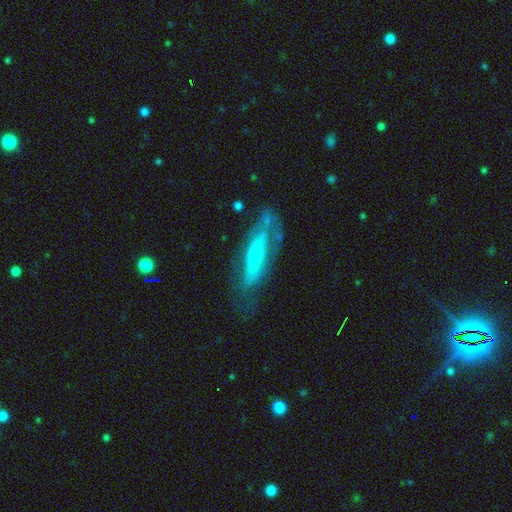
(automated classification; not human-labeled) Morphology: type=featured or disk (61%); edge-on=no (71%); merging=none (56%).